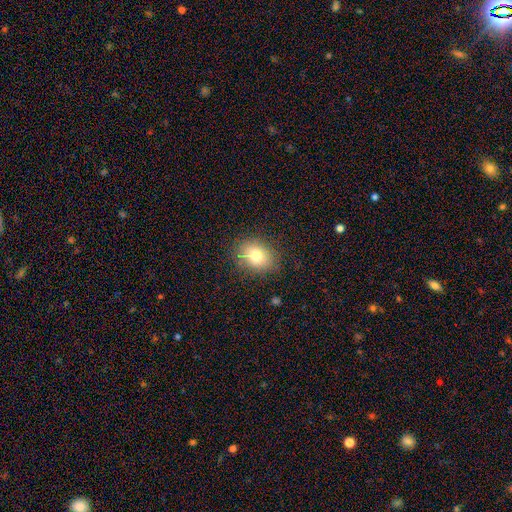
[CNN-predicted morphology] Q: Smooth or featured?
A: smooth (77%); runner-up: featured or disk (11%)
Q: How rounded?
A: in between (57%); runner-up: round (42%)
Q: Merging?
A: none (84%); runner-up: minor disturbance (12%)